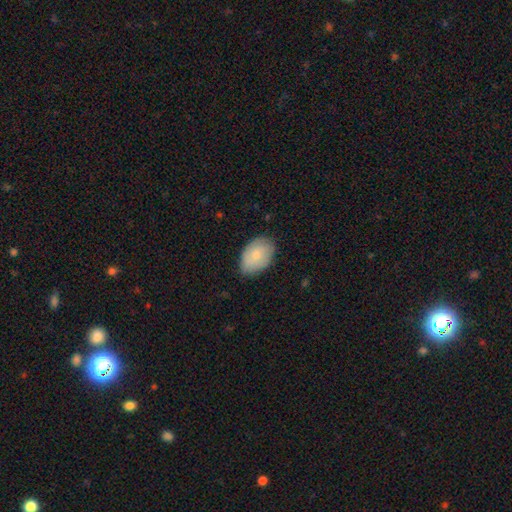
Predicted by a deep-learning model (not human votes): Smooth or featured?
  - smooth: 74% *
  - featured or disk: 20%
  - star or artifact: 6%
How rounded?
  - in between: 88% *
  - round: 11%
  - cigar-shaped: 1%
Merging?
  - none: 75% *
  - minor disturbance: 21%
  - major disturbance: 3%
  - merger: 1%